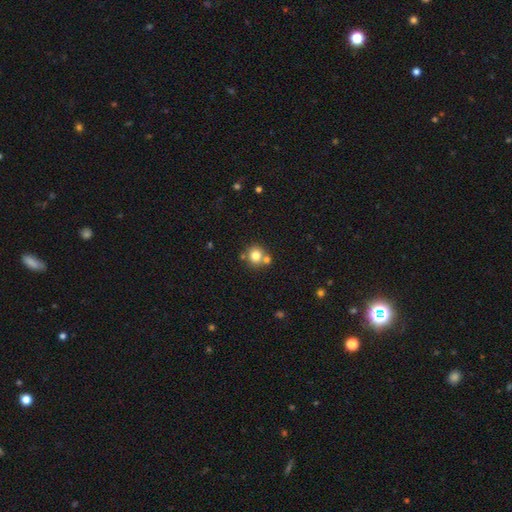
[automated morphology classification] This is likely a smooth galaxy (78%). How rounded: clearly round (89%). Merging: likely none (62%).